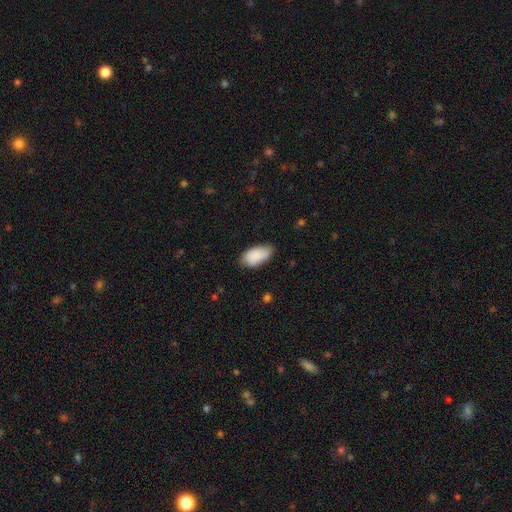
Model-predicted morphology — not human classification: smooth-or-featured: smooth: 85% | featured or disk: 8% | star or artifact: 6%
  how-rounded: in between: 94% | cigar-shaped: 3% | round: 3%
  merging: none: 68% | minor disturbance: 26% | major disturbance: 4% | merger: 1%